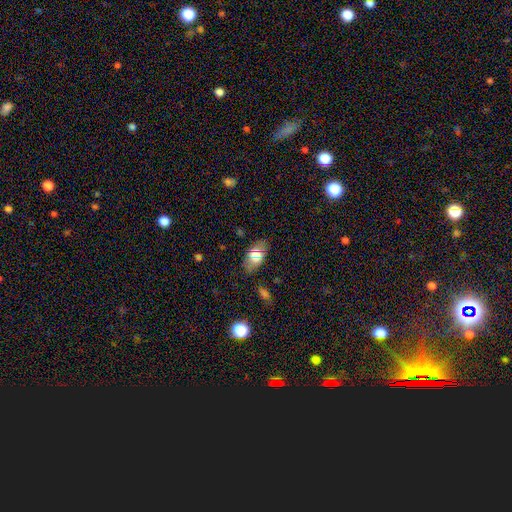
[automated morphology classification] The model was most divided on "smooth or featured": smooth: 67%, featured or disk: 23%, star or artifact: 10%. More confident: how rounded — in between (89%); merging — none (81%).